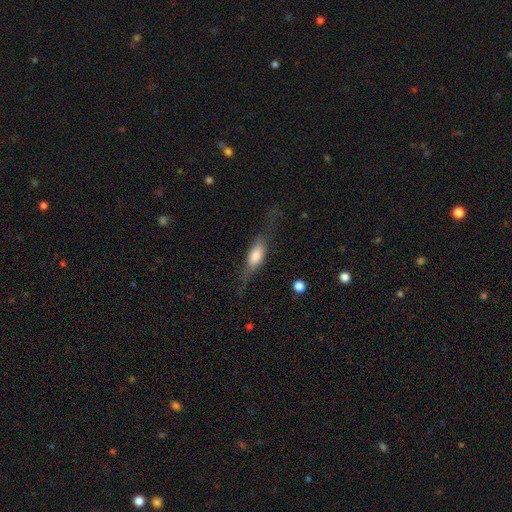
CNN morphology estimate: Smooth or featured? smooth (48%)
Merging? none (63%)